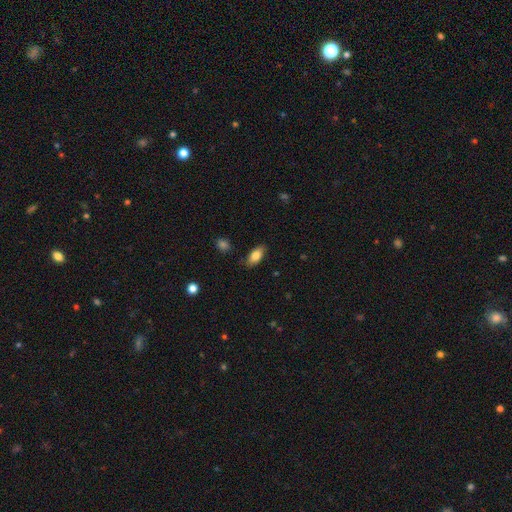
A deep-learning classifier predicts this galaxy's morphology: smooth_or_featured: smooth (p=0.82) [alt: featured or disk p=0.11]
how_rounded: in between (p=0.90) [alt: cigar-shaped p=0.07]
merging: none (p=0.83) [alt: minor disturbance p=0.13]